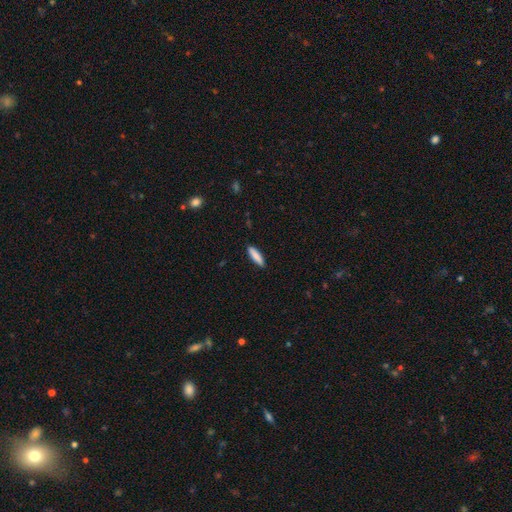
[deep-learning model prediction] A smooth galaxy with no disk features (85%) that is cigar-shaped (74%).

Vote fractions:
- Smooth or featured? smooth: 85% / featured or disk: 9% / star or artifact: 6%
- How rounded? cigar-shaped: 74% / in between: 25% / round: 1%
- Merging? none: 89% / minor disturbance: 8% / major disturbance: 2% / merger: 1%